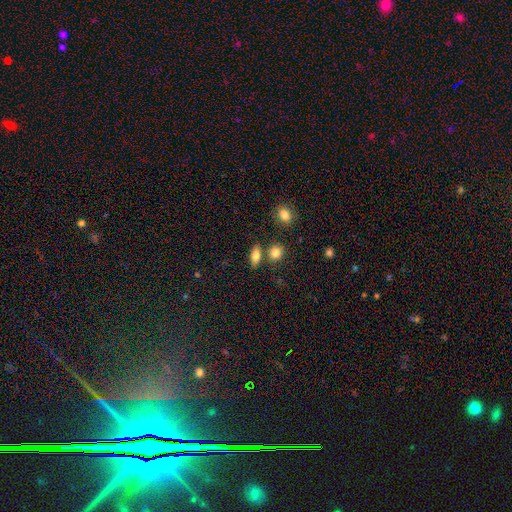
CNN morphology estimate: A smooth galaxy with no disk features (76%) that is in between round and cigar-shaped (76%). Merging: none (75%).